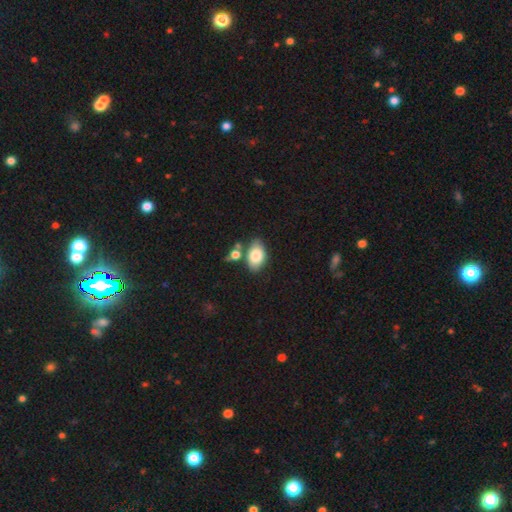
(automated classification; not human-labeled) smooth_or_featured: smooth (p=0.80) [alt: featured or disk p=0.13]
how_rounded: in between (p=0.89) [alt: round p=0.09]
merging: none (p=0.66) [alt: merger p=0.17]